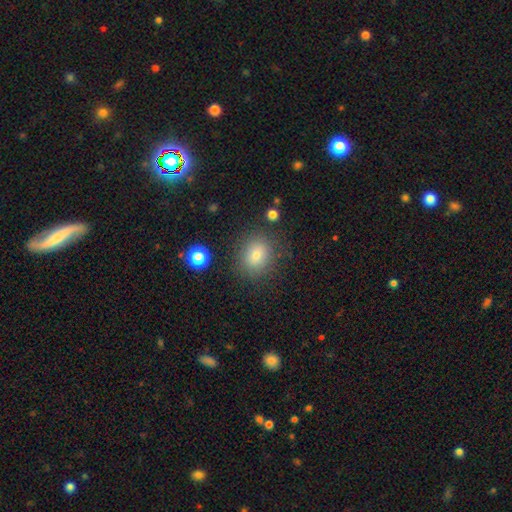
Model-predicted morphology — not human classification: Smooth or featured? smooth (79%)
How rounded? round (60%)
Merging? none (84%)